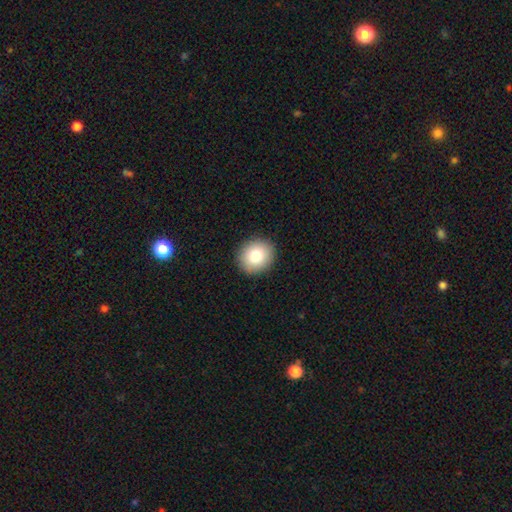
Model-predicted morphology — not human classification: Smooth or featured? smooth (82%)
How rounded? round (72%)
Merging? none (91%)